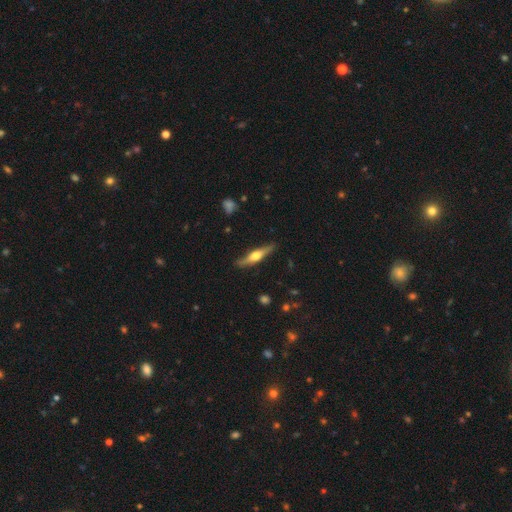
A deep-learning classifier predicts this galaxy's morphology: The model was most divided on "smooth or featured": featured or disk: 66%, smooth: 29%, star or artifact: 5%. More confident: edge-on disk — yes (96%); edge-on bulge — rounded (92%); merging — none (86%).